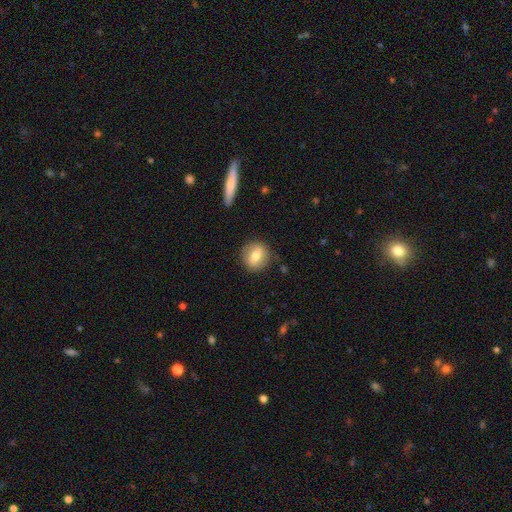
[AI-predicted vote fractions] Smooth or featured? smooth (71%)
How rounded? round (84%)
Merging? none (86%)